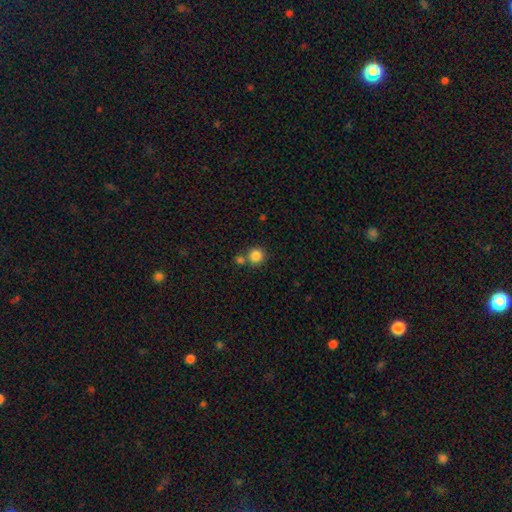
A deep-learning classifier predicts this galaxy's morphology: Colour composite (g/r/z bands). It shows a smooth galaxy with no disk features (85%) that is round (93%). Merging: none (67%).